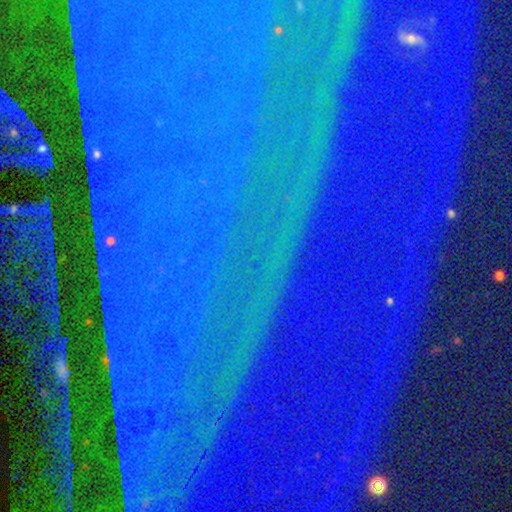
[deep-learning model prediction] star or artifact 86%, featured or disk 8%, smooth 6%.